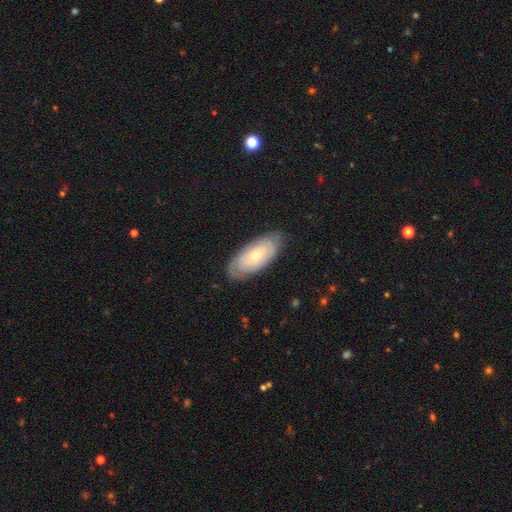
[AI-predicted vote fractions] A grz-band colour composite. It shows a smooth galaxy with no disk features (47%). Merging: none (80%).